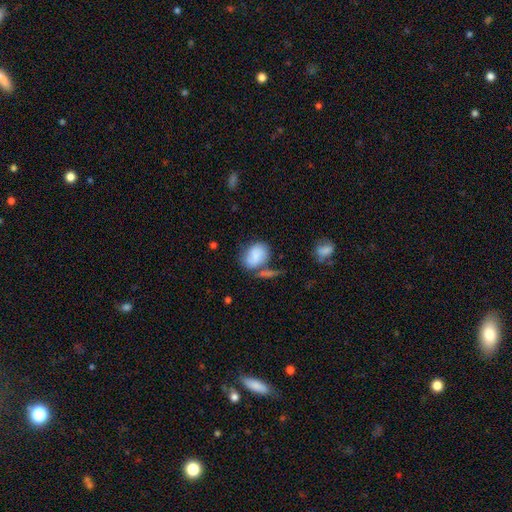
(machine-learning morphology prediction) A smooth galaxy with no disk features (72%) that is in between round and cigar-shaped (69%). Merging: none (45%).